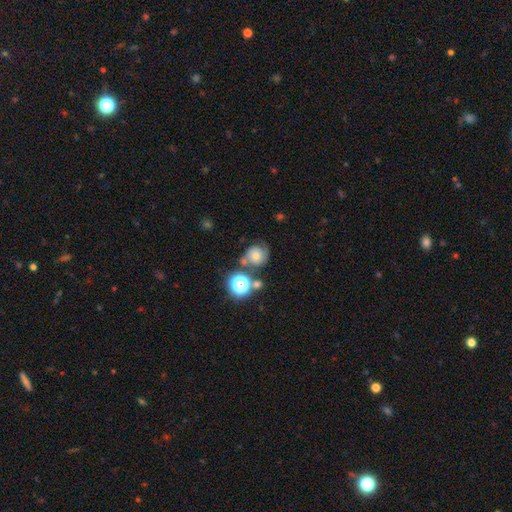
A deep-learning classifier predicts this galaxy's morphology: Overall: smooth (48%; featured or disk 34%). Merging: none (55%; minor disturbance 19%).